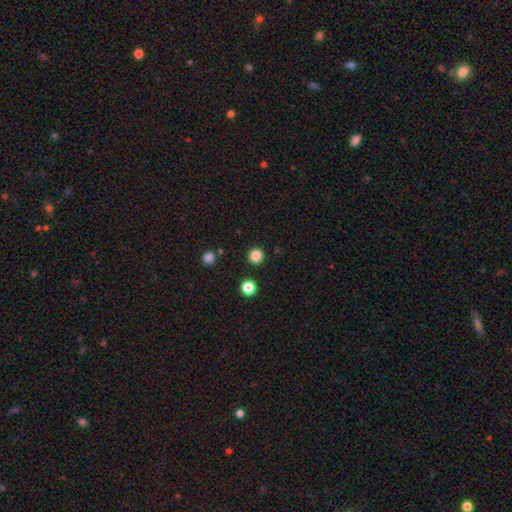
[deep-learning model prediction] The model was most divided on "smooth or featured": smooth: 84%, star or artifact: 13%, featured or disk: 3%. More confident: how rounded — round (96%); merging — none (92%).